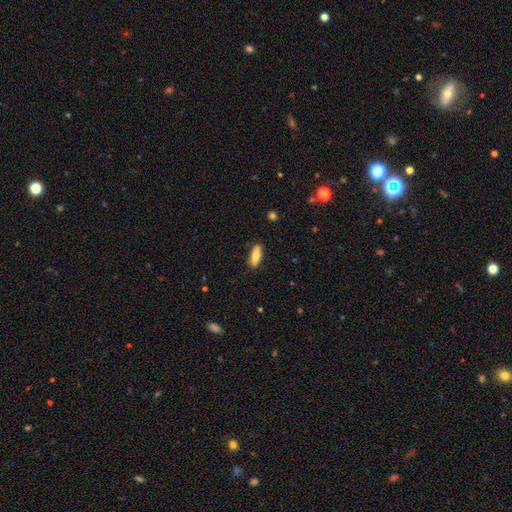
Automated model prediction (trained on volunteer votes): Smooth or featured? smooth (74%)
How rounded? in between (66%)
Merging? none (86%)